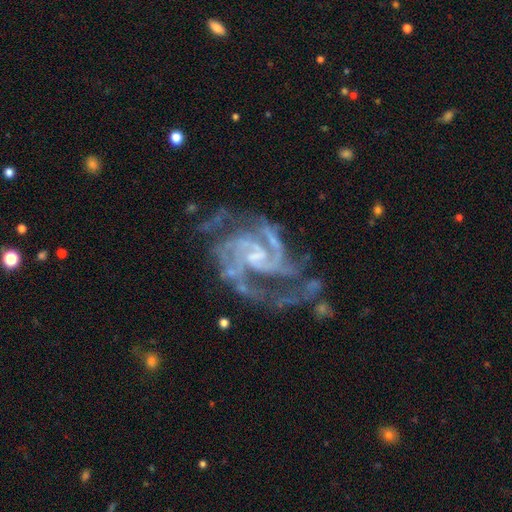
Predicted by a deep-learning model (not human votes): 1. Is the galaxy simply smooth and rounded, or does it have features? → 92% featured or disk, 5% star or artifact, 3% smooth.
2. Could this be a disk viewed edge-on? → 98% no, 2% yes.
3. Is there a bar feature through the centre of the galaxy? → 48% weak, 36% no, 16% strong.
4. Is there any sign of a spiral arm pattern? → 98% yes, 2% no.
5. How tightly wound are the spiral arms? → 50% medium, 41% tight, 9% loose.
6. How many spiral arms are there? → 47% 2, 25% 3, 11% can't tell, 7% 4, 5% 1, 5% more than 4.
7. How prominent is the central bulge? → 53% small, 23% moderate, 21% none, 2% large, 1% dominant.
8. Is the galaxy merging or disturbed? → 51% none, 24% major disturbance, 21% minor disturbance, 4% merger.